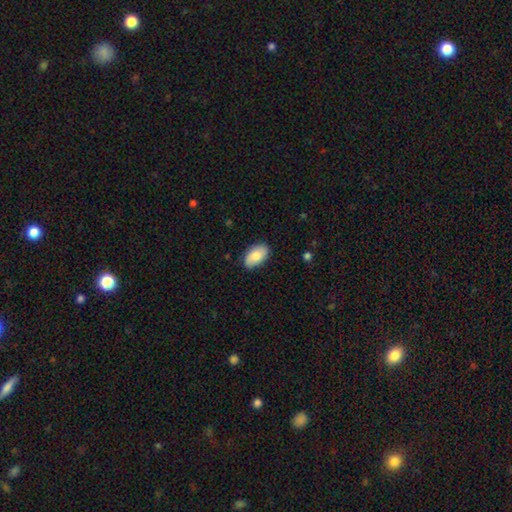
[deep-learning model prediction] smooth_or_featured: smooth (p=0.80) [alt: featured or disk p=0.14]
how_rounded: in between (p=0.94) [alt: round p=0.04]
merging: none (p=0.82) [alt: minor disturbance p=0.15]